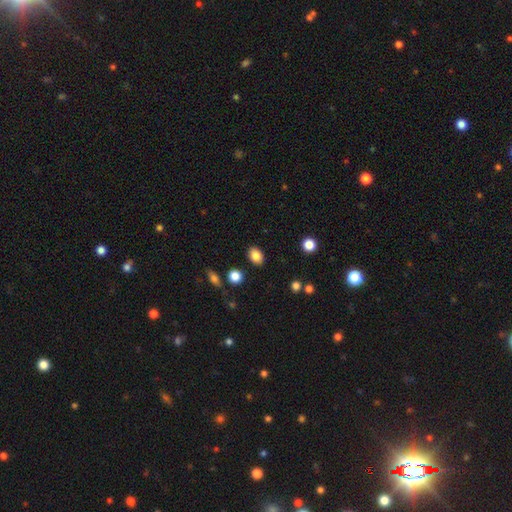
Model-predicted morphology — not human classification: Smooth or featured: smooth — 85% (star or artifact — 9%)
How rounded: in between — 76% (round — 23%)
Merging: none — 86% (minor disturbance — 9%)